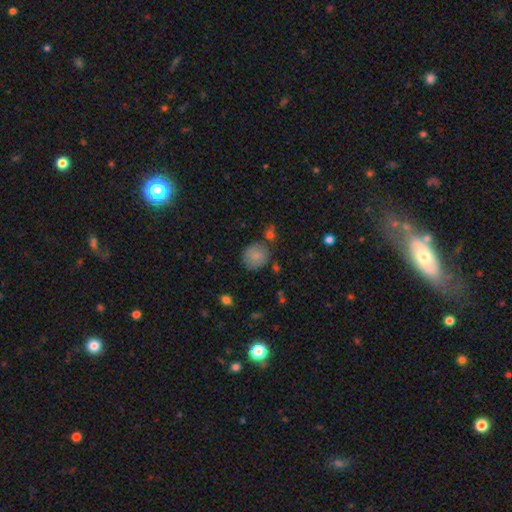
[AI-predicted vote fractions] Smooth or featured? Predicted: smooth (p=0.81). How rounded? Predicted: round (p=0.86). Merging? Predicted: none (p=0.76).